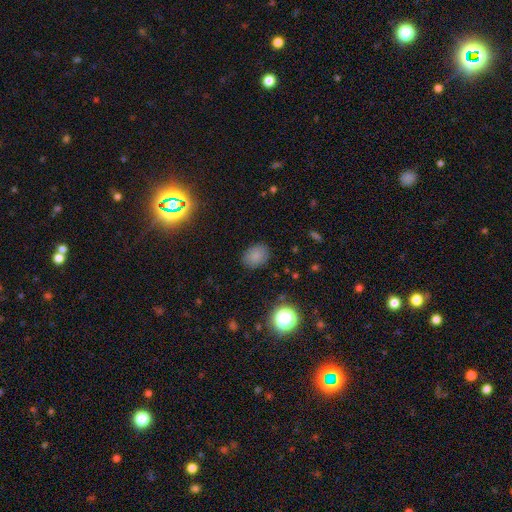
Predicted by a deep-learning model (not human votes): smooth 80%, star or artifact 13%, featured or disk 7%. Down the decision tree: how rounded — in between (67%); merging — none (86%).